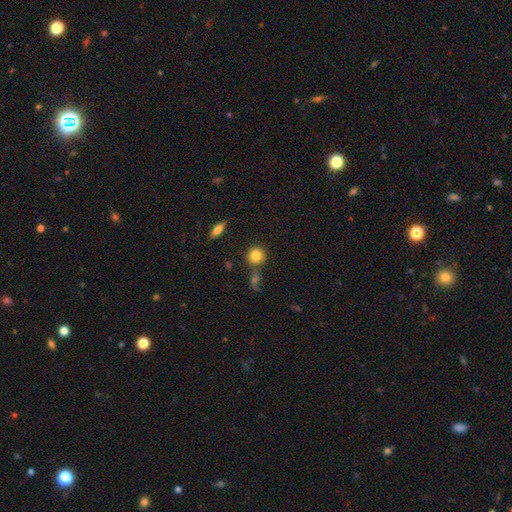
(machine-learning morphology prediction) This is clearly a smooth galaxy (83%). How rounded: clearly round (89%). Merging: likely none (74%).